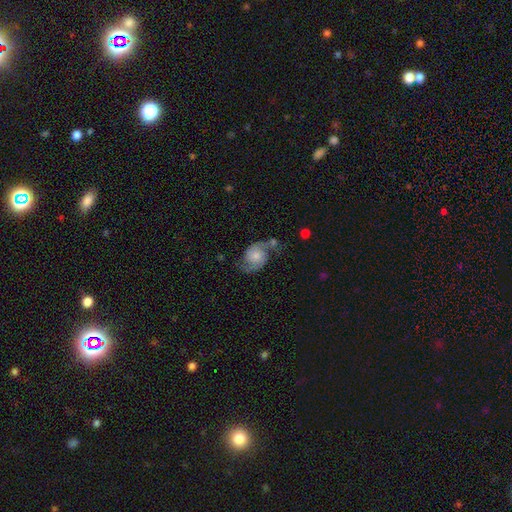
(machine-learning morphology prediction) type=featured or disk (76%); edge-on=no (98%); bar=no (72%); spiral arms=yes (95%); winding=medium (46%); arm count=2 (92%); bulge=moderate (44%); merging=none (57%).